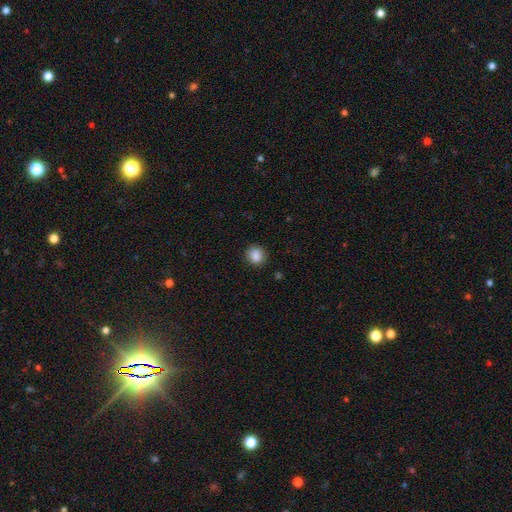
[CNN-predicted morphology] smooth-or-featured: smooth: 87% | star or artifact: 9% | featured or disk: 3%
  how-rounded: round: 82% | in between: 17% | cigar-shaped: 1%
  merging: none: 89% | minor disturbance: 8% | major disturbance: 2% | merger: 1%